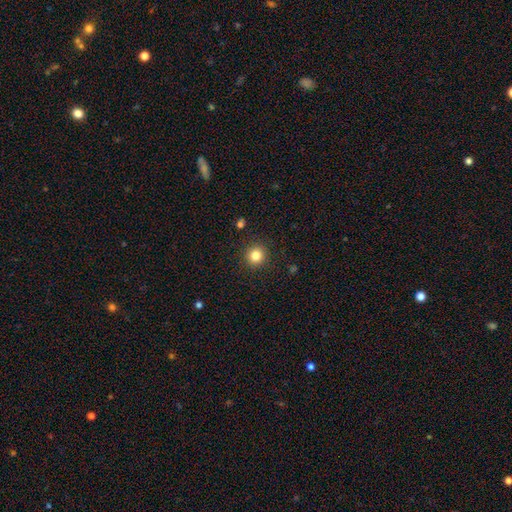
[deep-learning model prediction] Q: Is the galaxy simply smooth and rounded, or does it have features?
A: smooth — 83%.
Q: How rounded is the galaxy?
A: round — 92%.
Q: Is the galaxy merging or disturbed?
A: none — 91%.